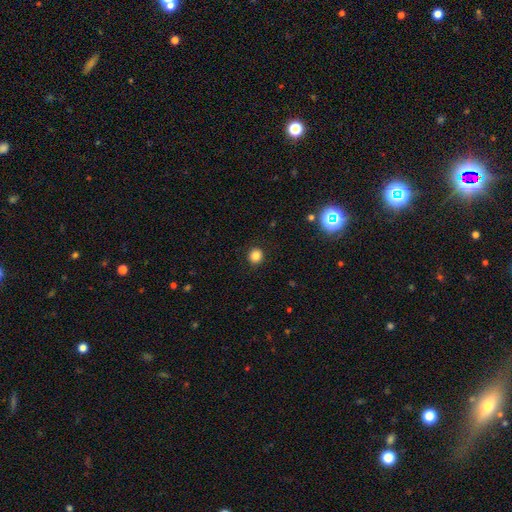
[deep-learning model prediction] smooth-or-featured: smooth: 83% | star or artifact: 13% | featured or disk: 4%
  how-rounded: round: 90% | in between: 9% | cigar-shaped: 1%
  merging: none: 91% | minor disturbance: 6% | major disturbance: 2% | merger: 1%